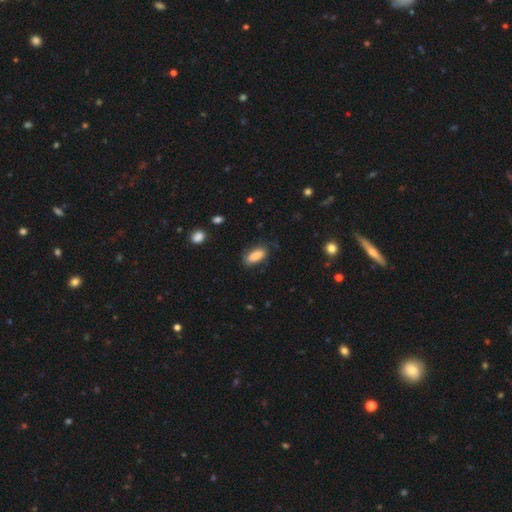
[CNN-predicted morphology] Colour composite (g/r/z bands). It shows a smooth galaxy with no disk features (84%) that is in between round and cigar-shaped (85%). Merging: none (77%).